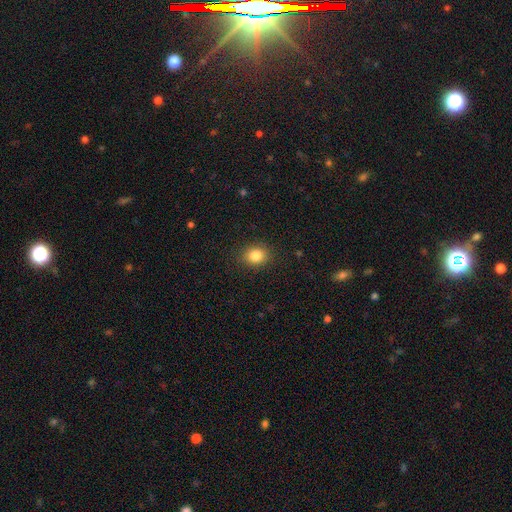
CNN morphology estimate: Q: Smooth or featured?
A: smooth (84%); runner-up: star or artifact (10%)
Q: How rounded?
A: round (58%); runner-up: in between (41%)
Q: Merging?
A: none (89%); runner-up: minor disturbance (8%)